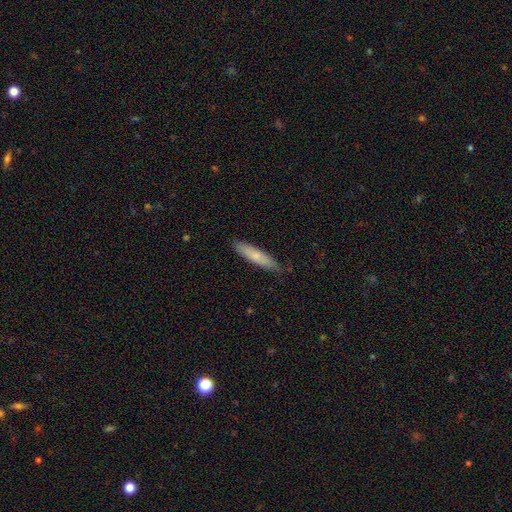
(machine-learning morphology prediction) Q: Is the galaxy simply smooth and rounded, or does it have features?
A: smooth — 71%.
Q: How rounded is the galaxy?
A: cigar-shaped — 84%.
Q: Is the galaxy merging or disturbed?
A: none — 85%.